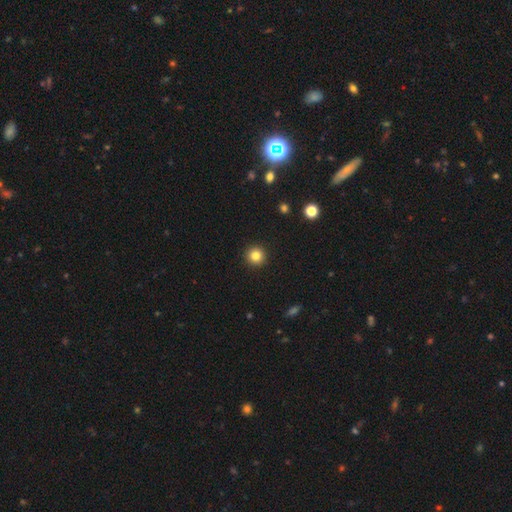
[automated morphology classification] The model was most divided on "smooth or featured": smooth: 83%, star or artifact: 11%, featured or disk: 6%. More confident: how rounded — round (95%); merging — none (93%).